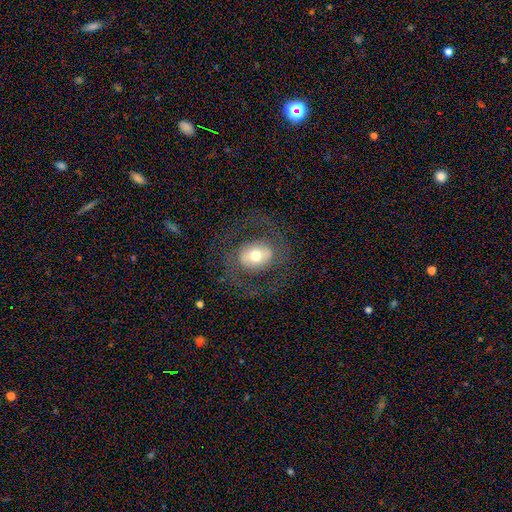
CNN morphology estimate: type=featured or disk (53%); edge-on=no (94%); bar=no (53%); spiral arms=no (55%); bulge=moderate (62%); merging=none (73%).